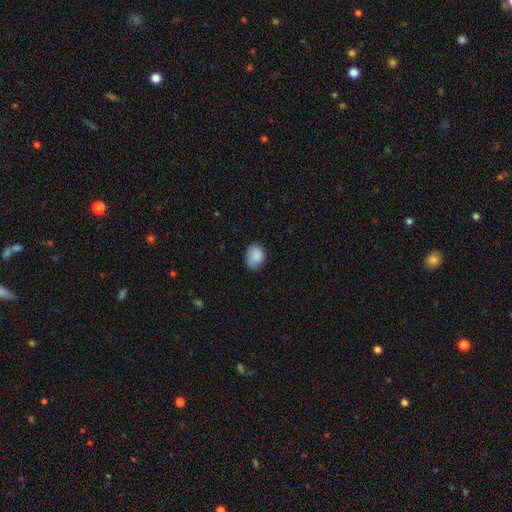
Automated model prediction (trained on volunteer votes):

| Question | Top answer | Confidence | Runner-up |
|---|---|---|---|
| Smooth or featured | smooth | 83% | featured or disk (10%) |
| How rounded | in between | 62% | round (37%) |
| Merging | none | 62% | minor disturbance (28%) |